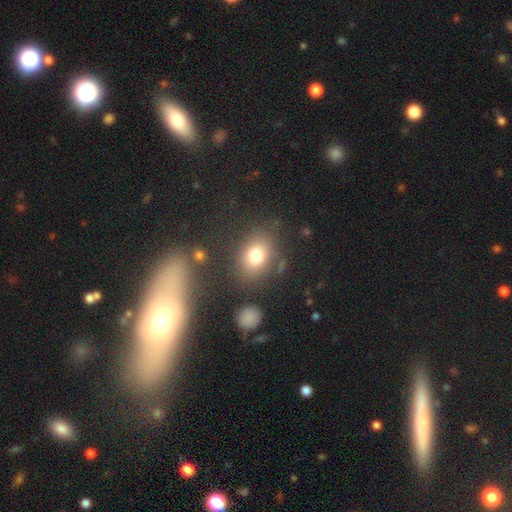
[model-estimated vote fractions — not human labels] Smooth or featured? smooth (76%)
How rounded? in between (53%)
Merging? none (77%)